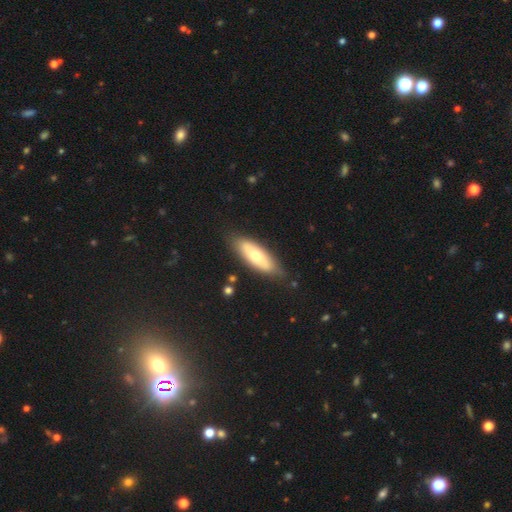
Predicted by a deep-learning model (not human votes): This appears to be a smooth galaxy with no disk features (60%) that is in between round and cigar-shaped (67%). Merging: none (78%).